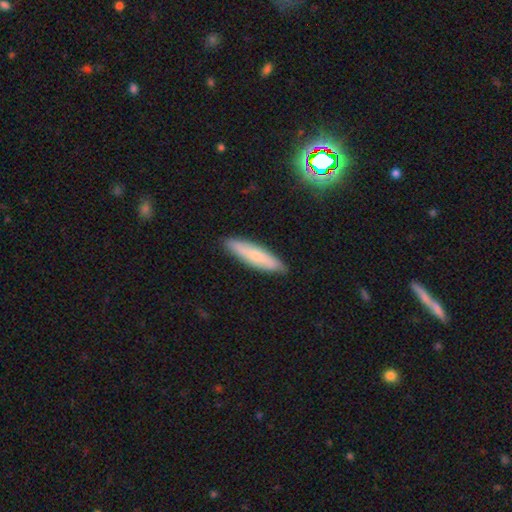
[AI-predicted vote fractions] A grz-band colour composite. It shows a smooth galaxy with no disk features (67%) that is cigar-shaped (79%). Merging: none (88%).